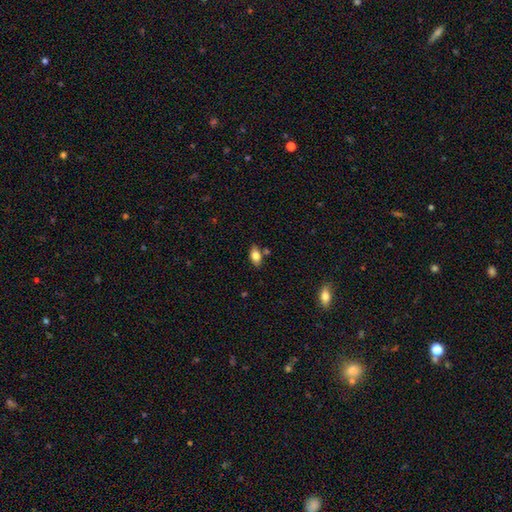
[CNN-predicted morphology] A smooth galaxy with no disk features (76%) that is in between round and cigar-shaped (88%). Merging: none (75%).